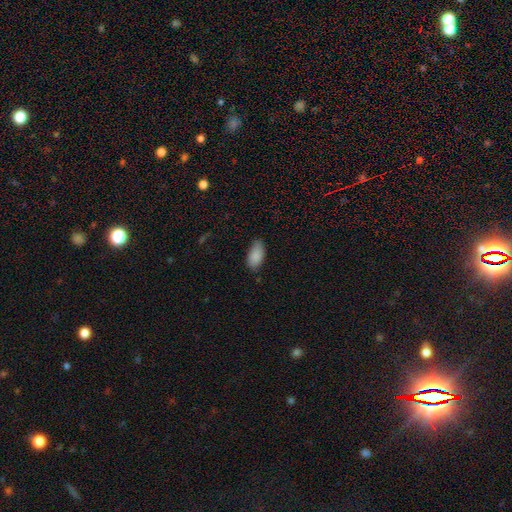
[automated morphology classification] A smooth galaxy with no disk features (88%) that is in between round and cigar-shaped (93%). Merging: none (75%).